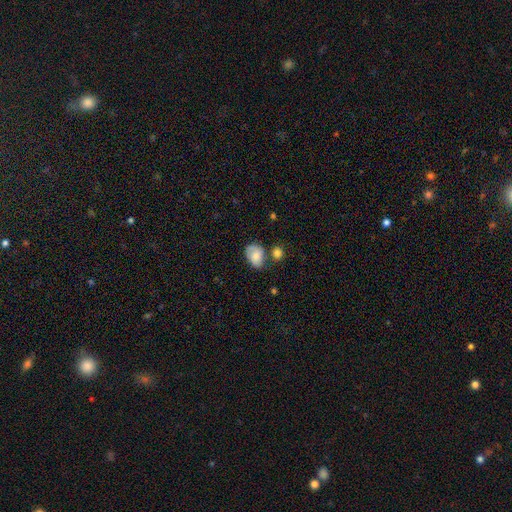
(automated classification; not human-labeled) Smooth or featured: smooth — 67% (featured or disk — 25%)
How rounded: in between — 70% (round — 29%)
Merging: none — 48% (minor disturbance — 27%)